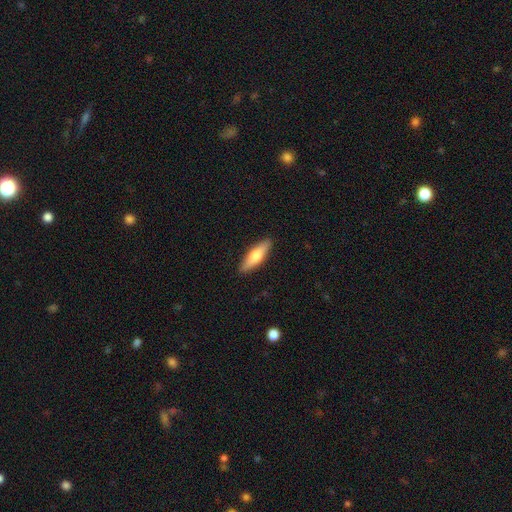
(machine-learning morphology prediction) Smooth or featured? Predicted: smooth (p=0.61). How rounded? Predicted: cigar-shaped (p=0.61). Merging? Predicted: none (p=0.90).